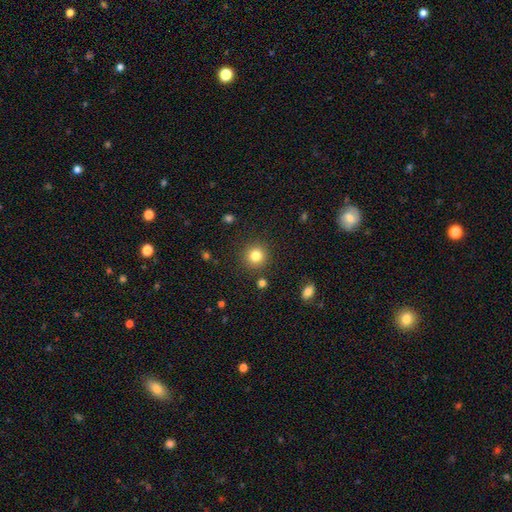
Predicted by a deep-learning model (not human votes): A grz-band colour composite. It shows a smooth galaxy with no disk features (82%) that is round (94%). Merging: none (89%).